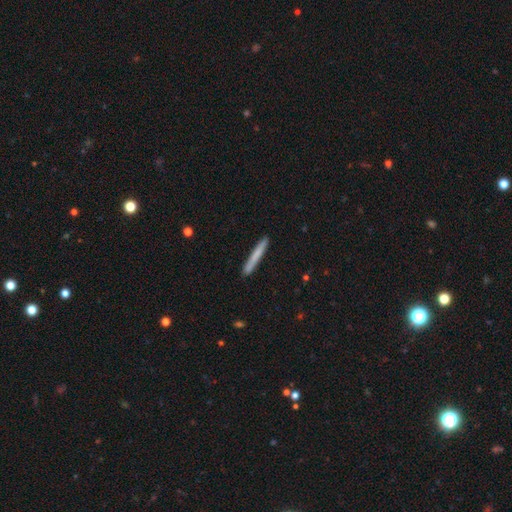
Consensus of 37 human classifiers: Smooth or featured: smooth — 65% (featured or disk — 30%)
How rounded: cigar-shaped — 92% (in between — 8%)
Merging: none — 91% (minor disturbance — 9%)